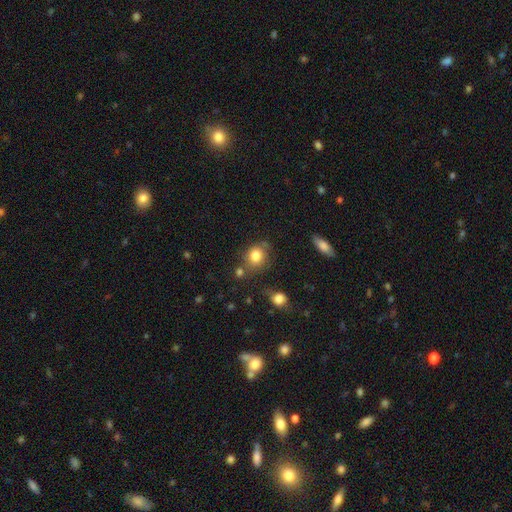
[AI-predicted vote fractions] Smooth or featured? Predicted: smooth (p=0.81). How rounded? Predicted: round (p=0.66). Merging? Predicted: none (p=0.65).